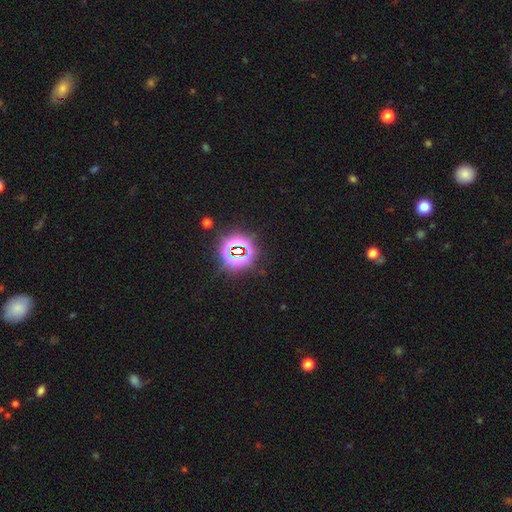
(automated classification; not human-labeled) Smooth or featured? star or artifact (78%)